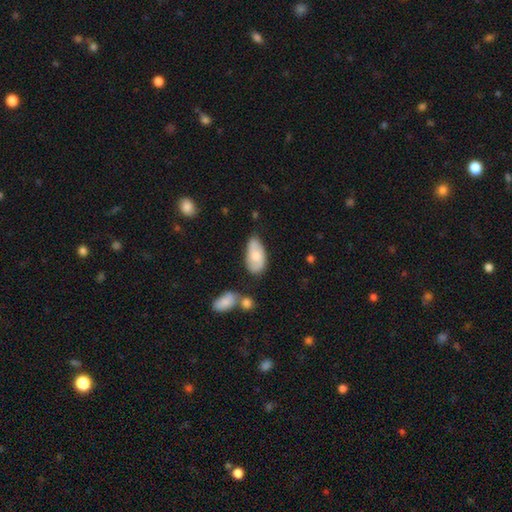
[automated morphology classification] smooth_or_featured: smooth (p=0.66) [alt: featured or disk p=0.28]
how_rounded: in between (p=0.94) [alt: cigar-shaped p=0.03]
merging: none (p=0.63) [alt: minor disturbance p=0.26]